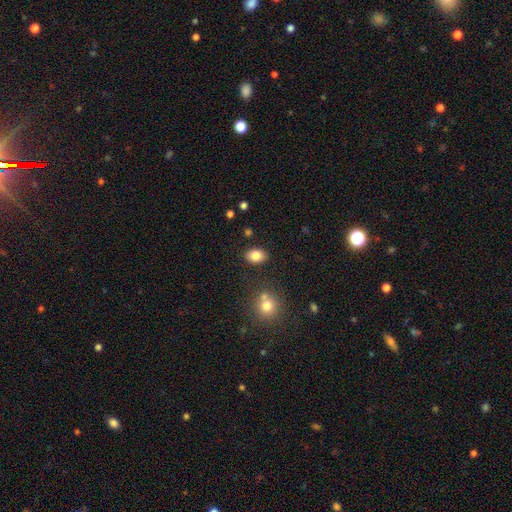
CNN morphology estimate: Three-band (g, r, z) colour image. It shows a smooth galaxy with no disk features (83%) that is in between round and cigar-shaped (79%). Merging: none (84%).